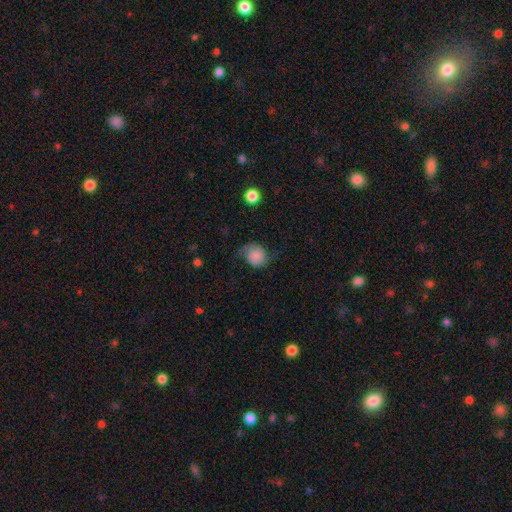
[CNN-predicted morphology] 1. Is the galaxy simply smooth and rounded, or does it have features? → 45% featured or disk (tied), 45% smooth (tied), 10% star or artifact.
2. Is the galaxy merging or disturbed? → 64% none, 22% minor disturbance, 13% major disturbance, 2% merger.